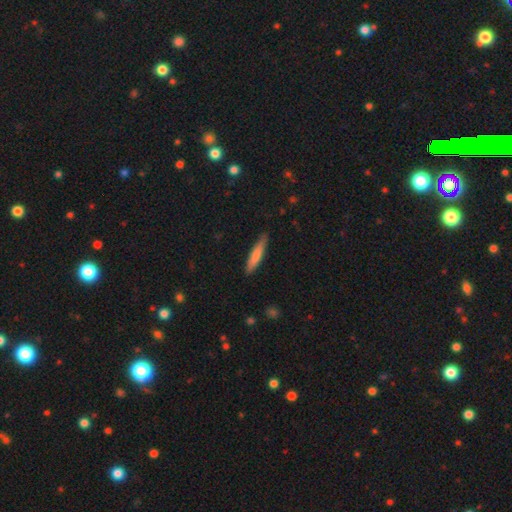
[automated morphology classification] A smooth galaxy with no disk features (77%) that is cigar-shaped (88%). Merging: none (85%).